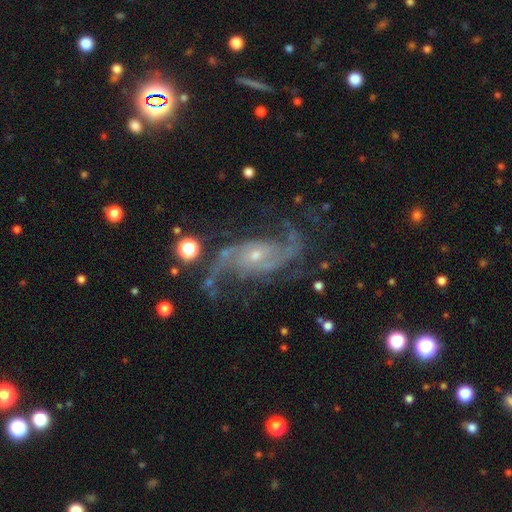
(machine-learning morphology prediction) Smooth or featured: featured or disk — 90% (star or artifact — 6%)
Edge-on disk: no — 97% (yes — 3%)
Bar: no — 55% (weak — 34%)
Spiral arms: yes — 97% (no — 3%)
Spiral winding: loose — 47% (medium — 41%)
Spiral arm count: 2 — 79% (3 — 7%)
Bulge size: small — 65% (moderate — 30%)
Merging: none — 65% (minor disturbance — 17%)